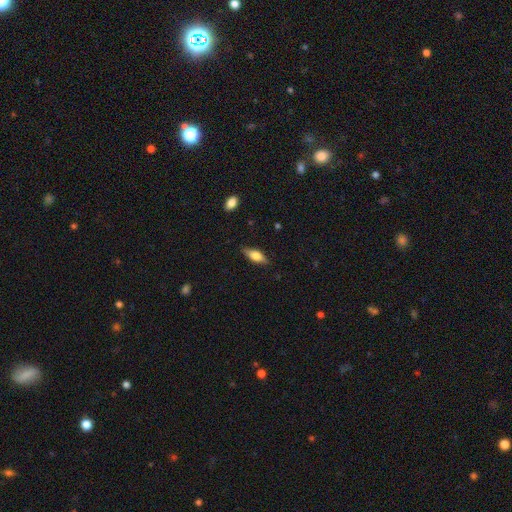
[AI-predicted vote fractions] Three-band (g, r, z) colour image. It shows a smooth galaxy with no disk features (67%) that is in between round and cigar-shaped (68%). Merging: none (83%).